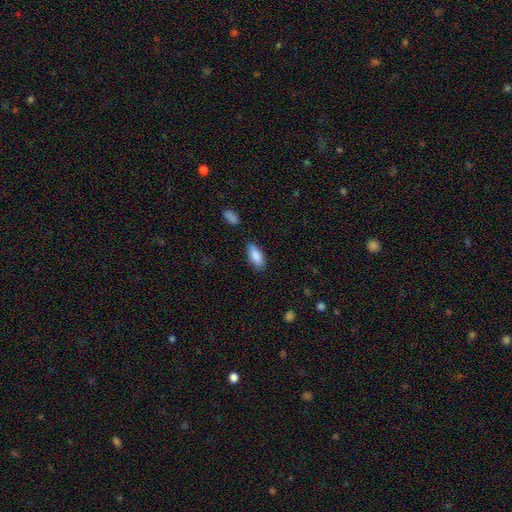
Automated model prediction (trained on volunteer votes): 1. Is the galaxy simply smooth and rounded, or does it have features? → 87% smooth, 6% featured or disk, 6% star or artifact.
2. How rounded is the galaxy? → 83% in between, 15% cigar-shaped, 2% round.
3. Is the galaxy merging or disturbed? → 79% none, 14% minor disturbance, 3% merger, 3% major disturbance.